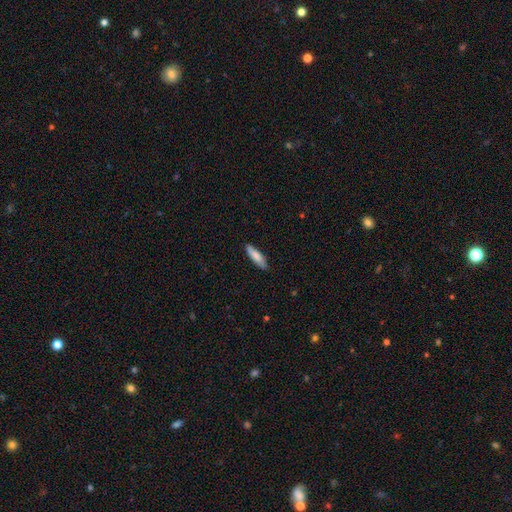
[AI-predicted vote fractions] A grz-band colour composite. It shows a smooth galaxy with no disk features (82%) that is cigar-shaped (65%). Merging: none (85%).